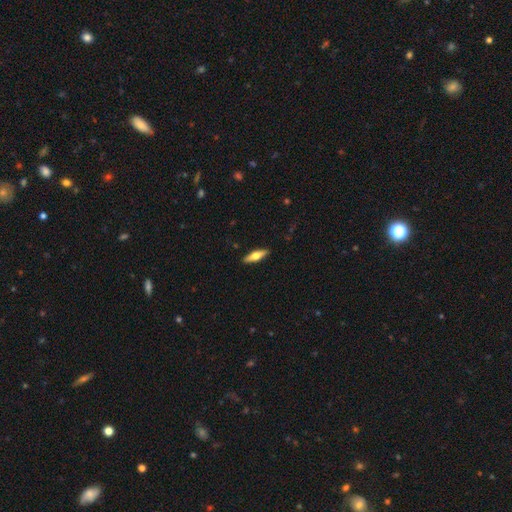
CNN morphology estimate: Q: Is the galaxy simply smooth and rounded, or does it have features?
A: featured or disk — 47%, tied with smooth.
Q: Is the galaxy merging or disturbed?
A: none — 90%.